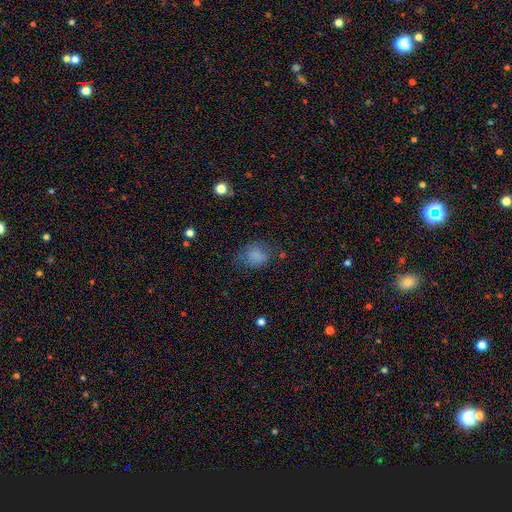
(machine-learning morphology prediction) smooth-or-featured: smooth: 78% | star or artifact: 13% | featured or disk: 10%
  how-rounded: round: 57% | in between: 42% | cigar-shaped: 1%
  merging: none: 60% | minor disturbance: 26% | major disturbance: 12% | merger: 2%